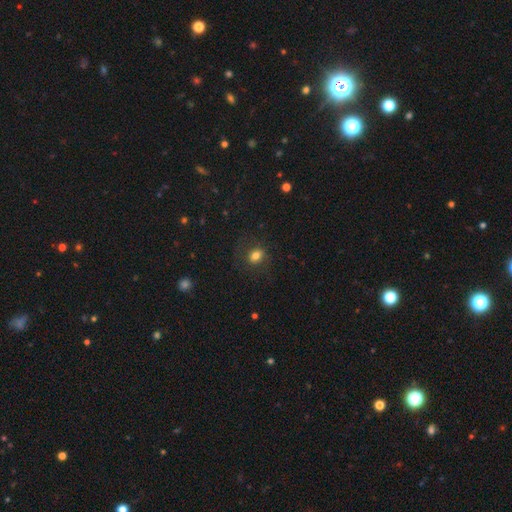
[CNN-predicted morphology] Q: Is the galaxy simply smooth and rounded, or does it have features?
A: smooth — 76%.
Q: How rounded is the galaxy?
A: in between — 55%.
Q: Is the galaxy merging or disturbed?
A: none — 76%.